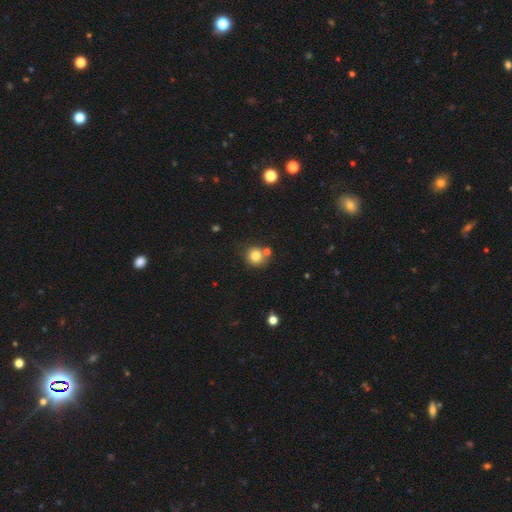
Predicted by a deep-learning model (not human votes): A smooth galaxy with no disk features (81%) that is round (88%). Merging: none (67%).